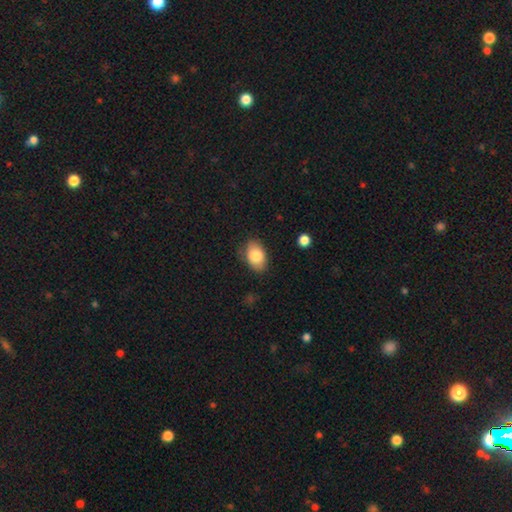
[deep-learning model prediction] Smooth or featured? smooth (82%)
How rounded? in between (88%)
Merging? none (80%)